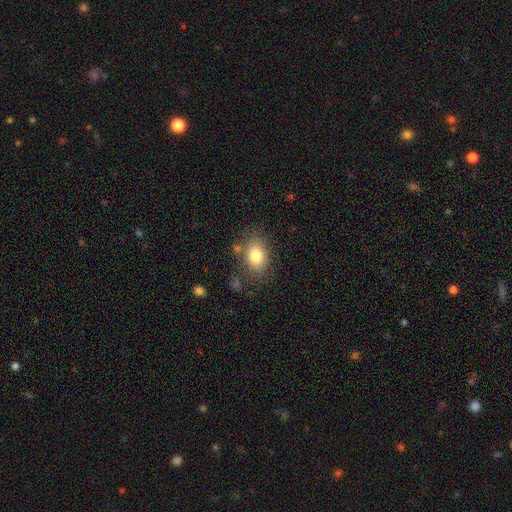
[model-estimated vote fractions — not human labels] The model was most divided on "how rounded": in between: 79%, round: 20%, cigar-shaped: 1%. More confident: smooth or featured — smooth (80%); merging — none (75%).